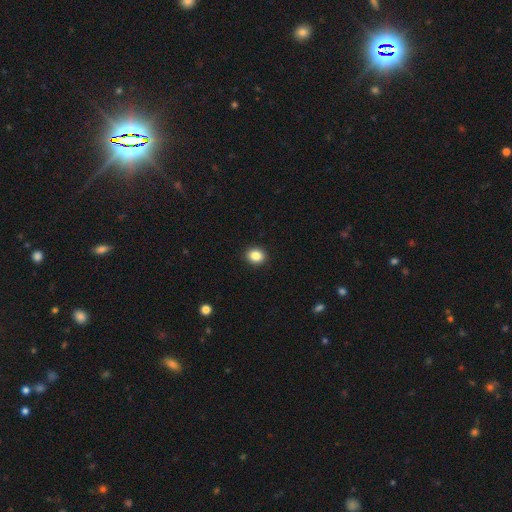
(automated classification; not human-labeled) Smooth or featured?
  - smooth: 86% *
  - star or artifact: 10%
  - featured or disk: 4%
How rounded?
  - round: 63% *
  - in between: 36%
  - cigar-shaped: 1%
Merging?
  - none: 92% *
  - minor disturbance: 6%
  - major disturbance: 2%
  - merger: 1%